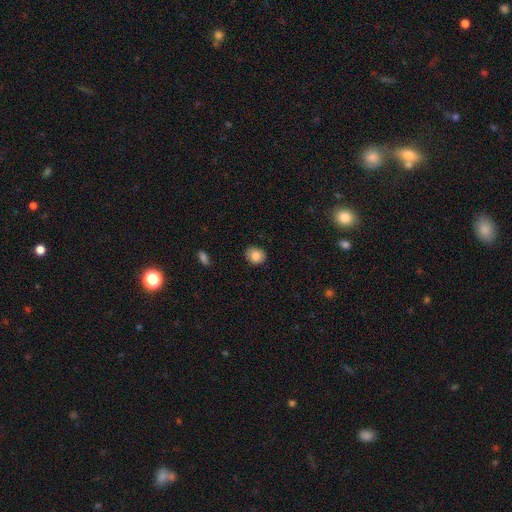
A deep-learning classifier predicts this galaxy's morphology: Smooth or featured? Predicted: smooth (p=0.83). How rounded? Predicted: round (p=0.69). Merging? Predicted: none (p=0.87).